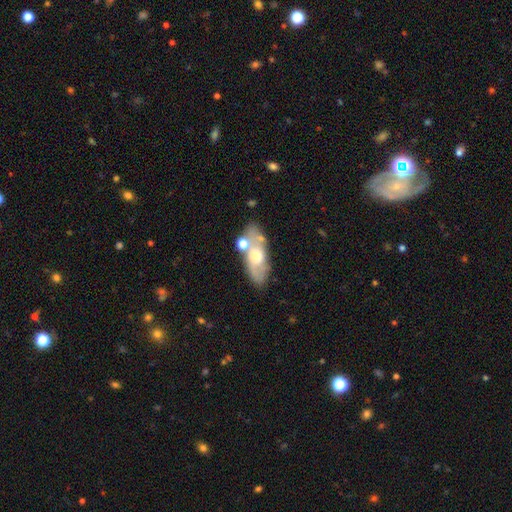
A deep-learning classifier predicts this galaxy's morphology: A featured or disk galaxy (48%).

Vote fractions:
- Smooth or featured? featured or disk: 48% / smooth: 43% / star or artifact: 8%
- Merging? none: 63% / minor disturbance: 16% / merger: 15% / major disturbance: 6%